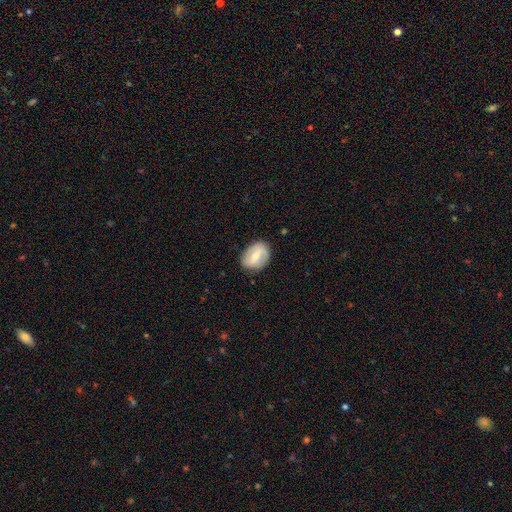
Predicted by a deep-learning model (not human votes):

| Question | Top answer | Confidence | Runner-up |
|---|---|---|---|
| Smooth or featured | featured or disk | 51% | smooth (43%) |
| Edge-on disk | no | 94% | yes (6%) |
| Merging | none | 81% | minor disturbance (14%) |